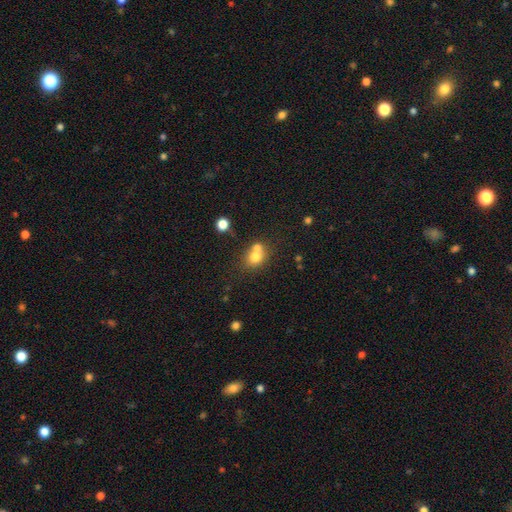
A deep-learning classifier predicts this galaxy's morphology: Smooth or featured? smooth (73%)
How rounded? round (65%)
Merging? merger (49%)